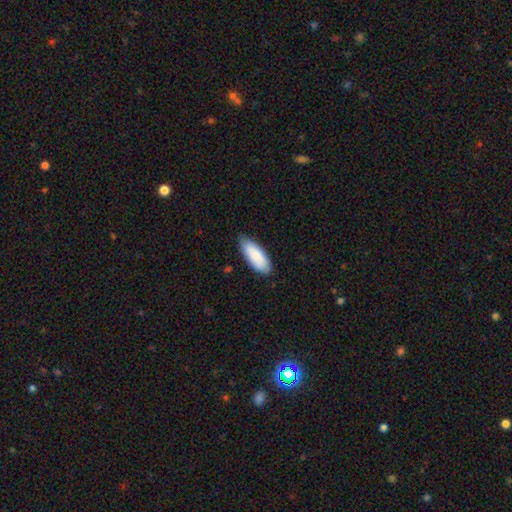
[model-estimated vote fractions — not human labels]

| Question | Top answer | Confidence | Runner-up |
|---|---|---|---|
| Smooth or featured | smooth | 87% | featured or disk (7%) |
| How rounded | in between | 79% | cigar-shaped (19%) |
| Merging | none | 75% | minor disturbance (21%) |